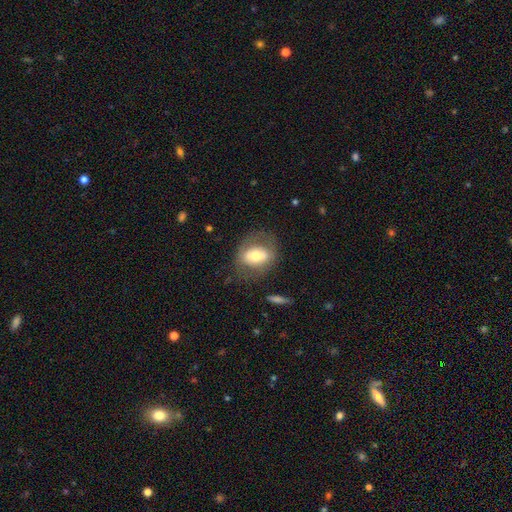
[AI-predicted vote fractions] The model was most divided on "smooth or featured": smooth: 55%, featured or disk: 37%, star or artifact: 7%. More confident: how rounded — in between (68%); merging — none (65%).